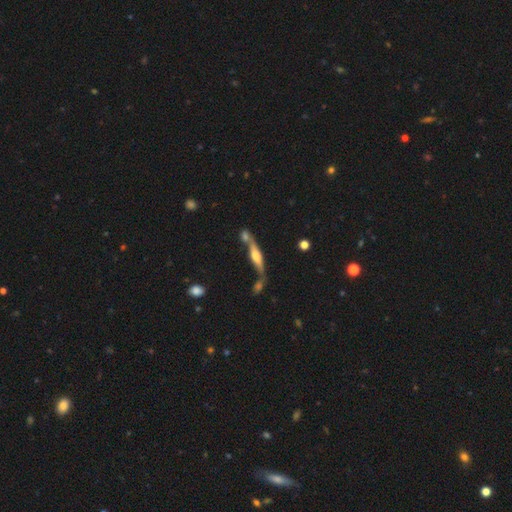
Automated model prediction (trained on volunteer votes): Smooth or featured: featured or disk — 60% (smooth — 33%)
Edge-on disk: yes — 89% (no — 11%)
Edge-on bulge: rounded — 78% (boxy — 16%)
Merging: none — 48% (merger — 33%)